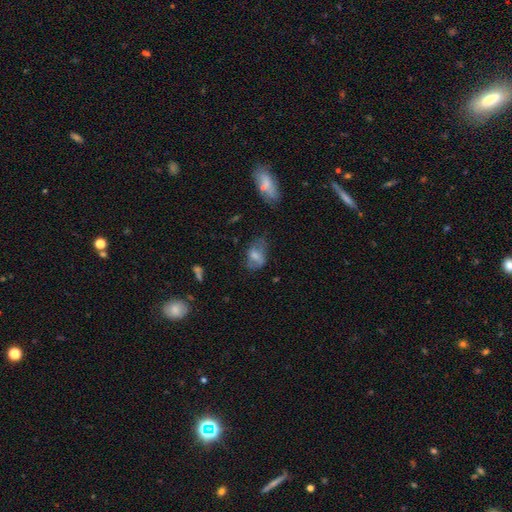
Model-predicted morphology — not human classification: type=smooth (60%); roundness=in between (83%); merging=none (41%).